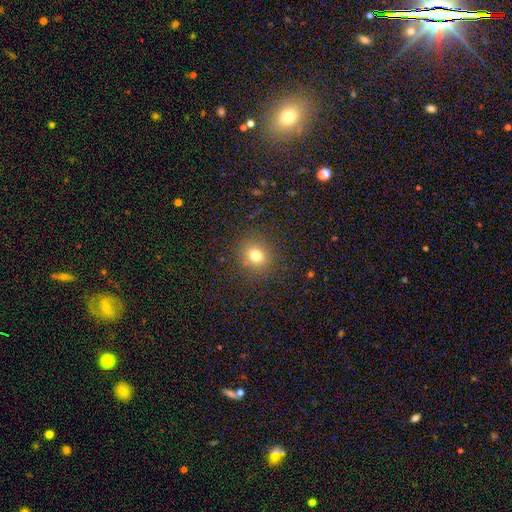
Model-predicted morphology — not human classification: smooth 76%, star or artifact 16%, featured or disk 8%. Down the decision tree: how rounded — round (84%); merging — none (88%).